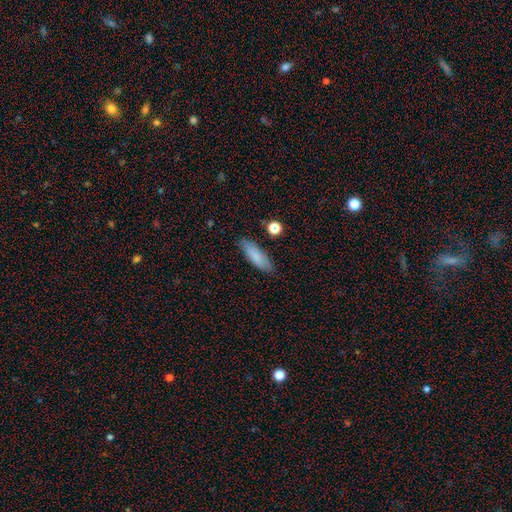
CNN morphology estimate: Smooth or featured? Predicted: smooth (p=0.83). How rounded? Predicted: in between (p=0.52). Merging? Predicted: none (p=0.82).